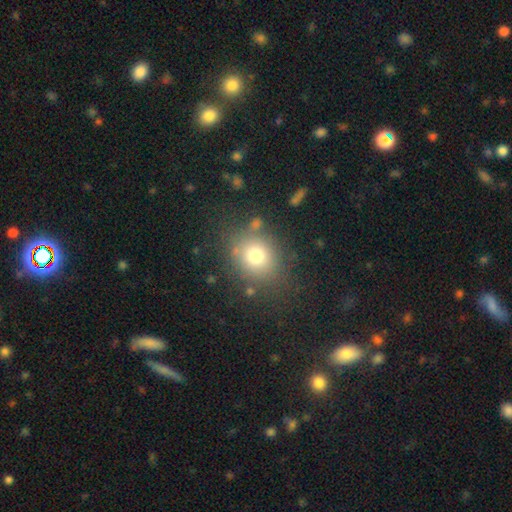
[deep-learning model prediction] A smooth galaxy with no disk features (75%) that is round (75%). Merging: none (77%).